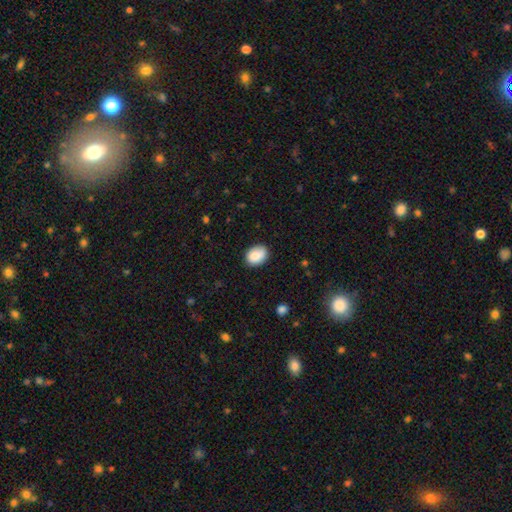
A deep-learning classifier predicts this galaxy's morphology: The model was most divided on "how rounded": in between: 71%, round: 28%, cigar-shaped: 1%. More confident: smooth or featured — smooth (85%); merging — none (81%).